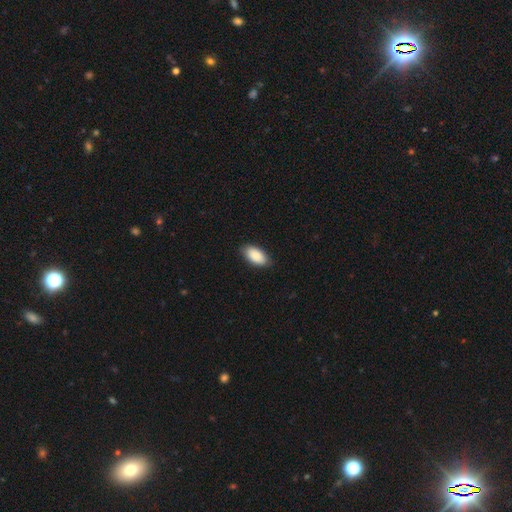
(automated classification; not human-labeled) Smooth or featured? smooth (90%)
How rounded? in between (94%)
Merging? none (86%)